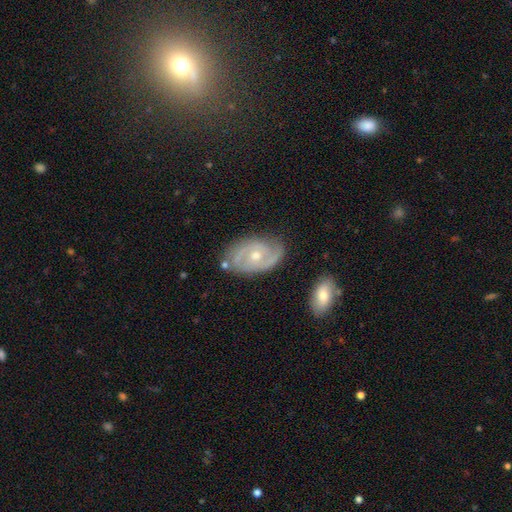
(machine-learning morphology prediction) type=featured or disk (83%); edge-on=no (96%); bar=no (65%); spiral arms=yes (92%); winding=tight (51%); arm count=2 (73%); bulge=moderate (57%); merging=none (74%).